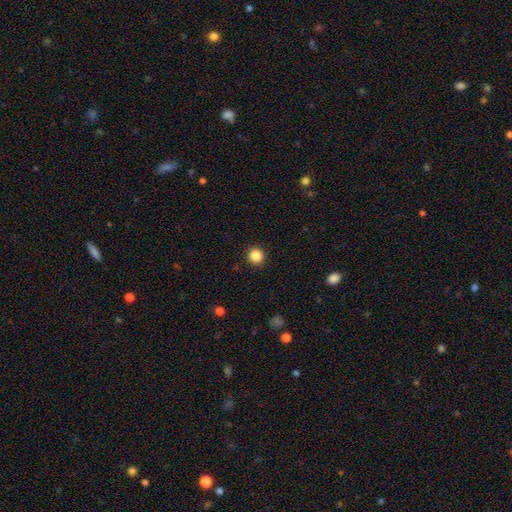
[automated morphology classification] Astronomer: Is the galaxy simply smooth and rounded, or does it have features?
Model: smooth — 86%.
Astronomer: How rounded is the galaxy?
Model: round — 94%.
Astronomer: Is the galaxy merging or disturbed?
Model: none — 92%.